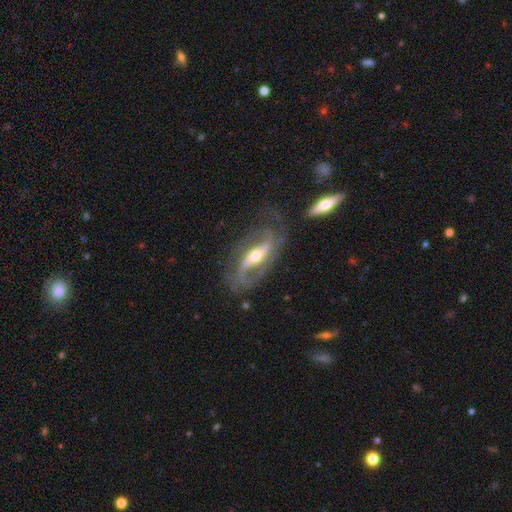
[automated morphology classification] A featured or disk galaxy (90%) with a strong bar (55%), 2 (87%) medium (46%) spiral arms (96%) and a moderate central bulge (59%).

Vote fractions:
- Smooth or featured? featured or disk: 90% / smooth: 6% / star or artifact: 5%
- Edge-on disk? no: 92% / yes: 8%
- Bar? strong: 55% / weak: 28% / no: 17%
- Spiral arms? yes: 96% / no: 4%
- Spiral winding? medium: 46% / loose: 37% / tight: 16%
- Spiral arm count? 2: 87% / can't tell: 4% / 3: 4% / 1: 3% / 4: 1% / more than 4: 1%
- Bulge size? moderate: 59% / small: 33% / large: 5% / none: 1% / dominant: 1%
- Merging? none: 65% / minor disturbance: 18% / major disturbance: 13% / merger: 4%